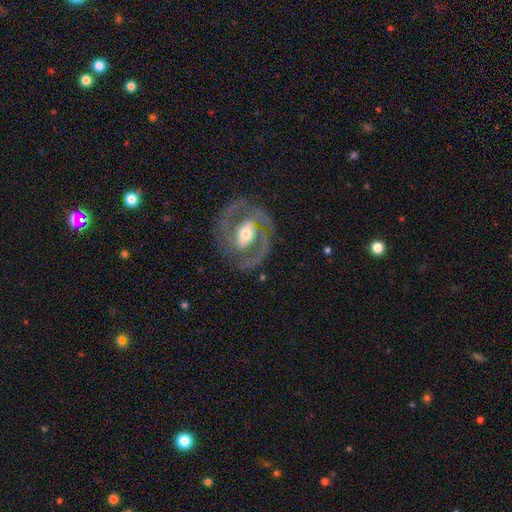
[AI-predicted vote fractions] Smooth or featured? Predicted: featured or disk (p=0.89). Edge-on disk? Predicted: no (p=0.97). Bar? Predicted: strong (p=0.44). Spiral arms? Predicted: yes (p=0.94). Spiral winding? Predicted: medium (p=0.47). Spiral arm count? Predicted: 2 (p=0.91). Bulge size? Predicted: moderate (p=0.68). Merging? Predicted: none (p=0.83).